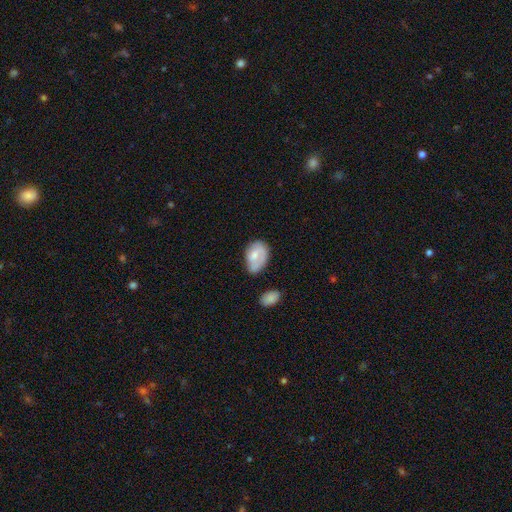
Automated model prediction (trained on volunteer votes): Smooth or featured? smooth (55%)
How rounded? in between (85%)
Merging? none (46%)